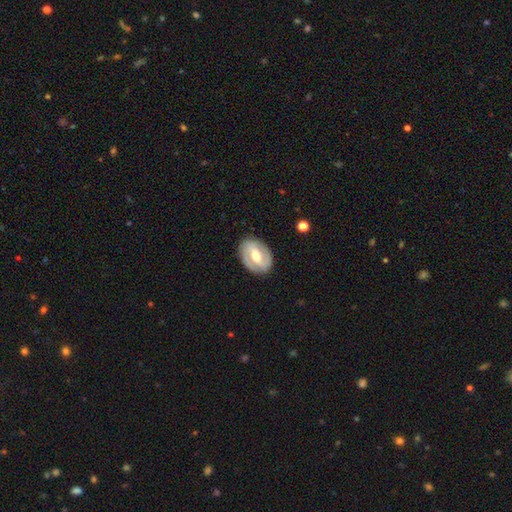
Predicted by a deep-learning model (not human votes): This is likely a featured or disk galaxy (74%). It is clearly not viewed edge-on (96%). Bar: marginally weak (44%). Spiral arm pattern: likely yes (78%). Spiral arm count: clearly 2 (84%). Spiral winding: marginally tight (44%). Central bulge: likely moderate (71%). Merging: clearly none (85%).